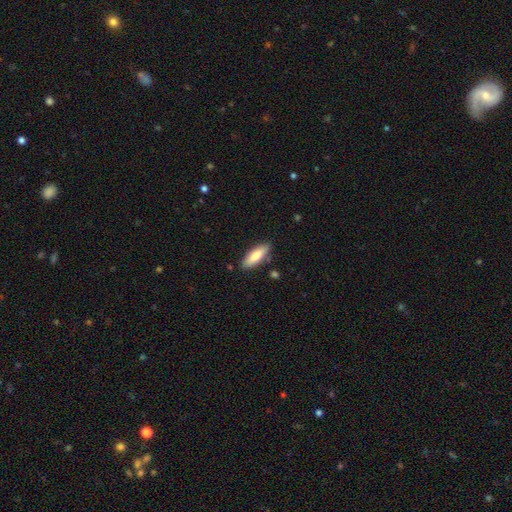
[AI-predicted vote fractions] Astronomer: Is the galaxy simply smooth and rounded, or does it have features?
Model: smooth — 76%.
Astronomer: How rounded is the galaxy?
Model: in between — 59% (runner-up: cigar-shaped, 39%).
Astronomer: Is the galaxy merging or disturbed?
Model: none — 84%.